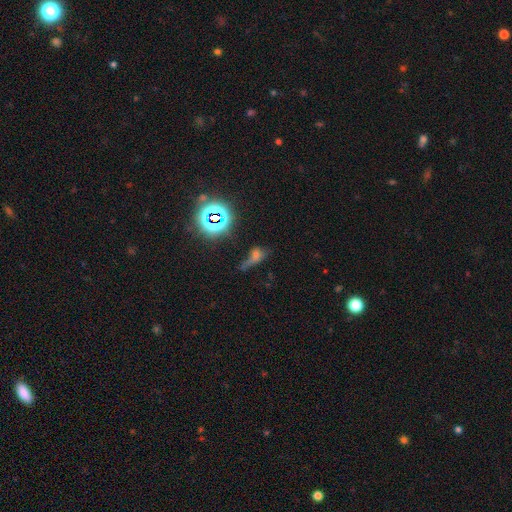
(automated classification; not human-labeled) Smooth or featured? Predicted: star or artifact (p=0.43).